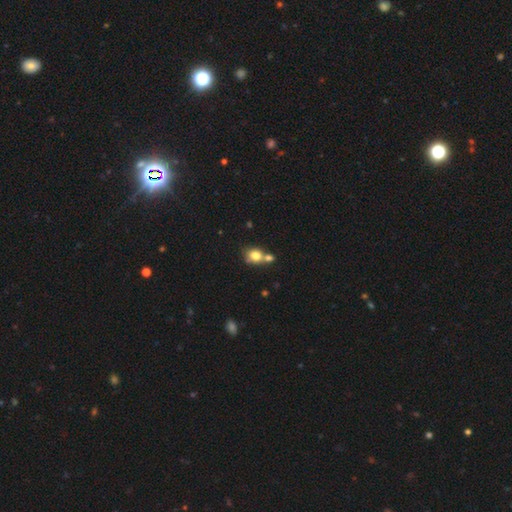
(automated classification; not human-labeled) This appears to be a smooth galaxy with no disk features (78%) that is round (66%). Merging: none (42%, tied with merger).